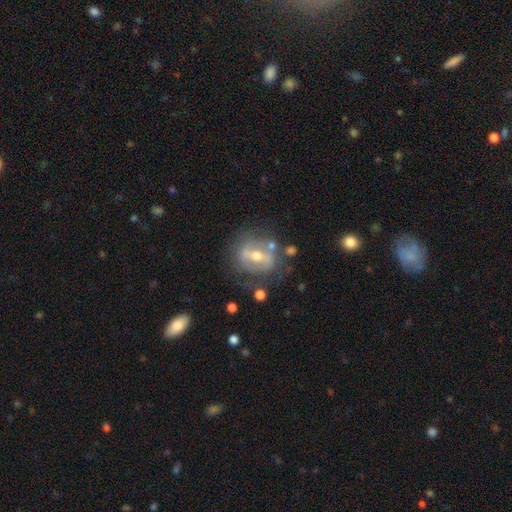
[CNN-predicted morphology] The model was most divided on "spiral arms": no: 60%, yes: 40%. More confident: edge-on disk — no (90%); smooth or featured — featured or disk (71%); bulge size — moderate (68%); merging — none (65%); bar — strong (55%).